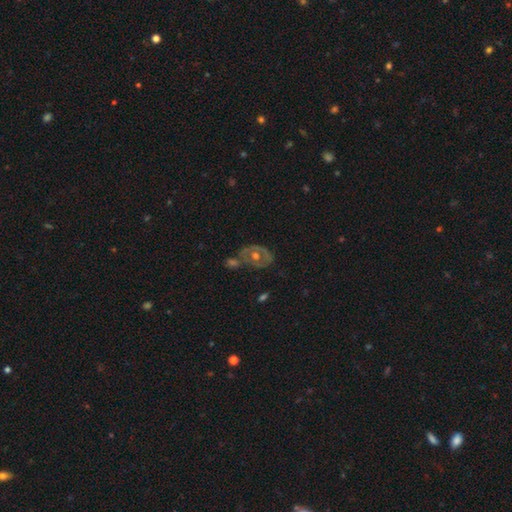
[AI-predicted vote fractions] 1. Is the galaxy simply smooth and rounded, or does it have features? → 65% featured or disk, 25% smooth, 10% star or artifact.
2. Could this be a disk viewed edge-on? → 95% no, 5% yes.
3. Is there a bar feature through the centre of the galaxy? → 83% no, 13% weak, 4% strong.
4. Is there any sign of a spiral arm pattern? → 58% no, 42% yes.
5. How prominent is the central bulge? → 74% moderate, 17% small, 5% large, 2% none, 1% dominant.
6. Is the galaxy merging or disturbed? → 50% none, 24% merger, 17% minor disturbance, 10% major disturbance.